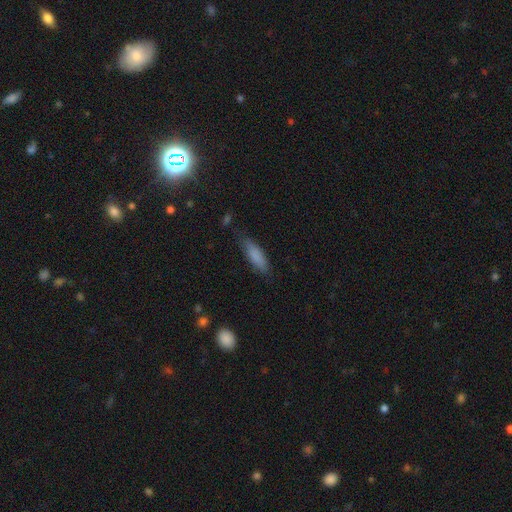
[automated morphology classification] Smooth or featured: smooth — 83% (featured or disk — 10%)
How rounded: cigar-shaped — 51% (in between — 47%)
Merging: none — 74% (minor disturbance — 20%)